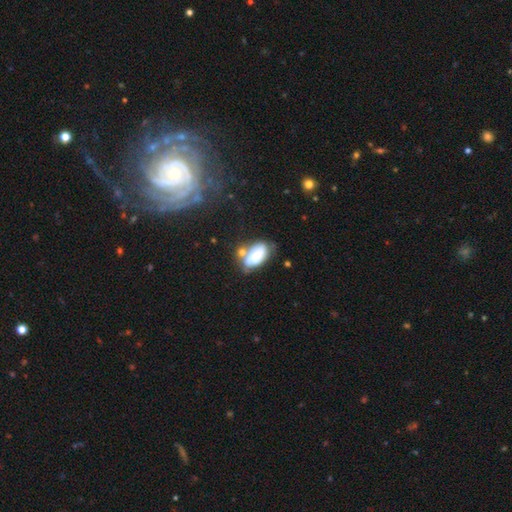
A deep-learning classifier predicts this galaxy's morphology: Smooth or featured?
  - smooth: 55% *
  - featured or disk: 37%
  - star or artifact: 9%
How rounded?
  - in between: 92% *
  - round: 5%
  - cigar-shaped: 3%
Merging?
  - none: 43% *
  - minor disturbance: 25%
  - merger: 22%
  - major disturbance: 10%